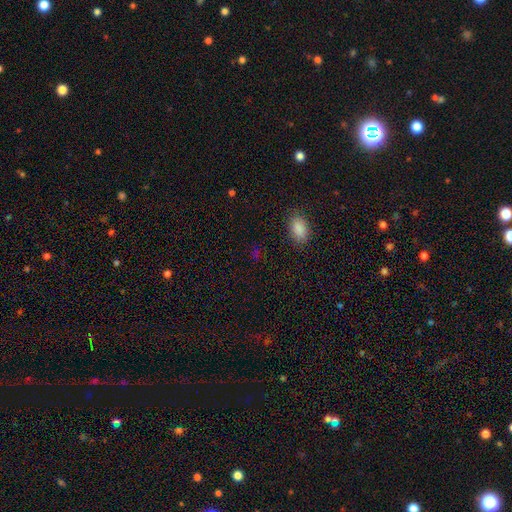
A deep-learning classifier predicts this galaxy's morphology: type=smooth (64%); roundness=in between (61%); merging=none (83%).